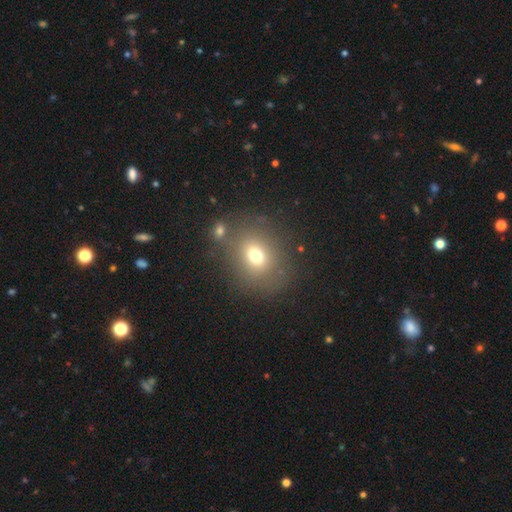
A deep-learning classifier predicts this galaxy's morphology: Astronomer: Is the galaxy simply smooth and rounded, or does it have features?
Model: smooth — 69%.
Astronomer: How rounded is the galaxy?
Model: round — 60% (runner-up: in between, 39%).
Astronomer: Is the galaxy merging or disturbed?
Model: none — 71%.